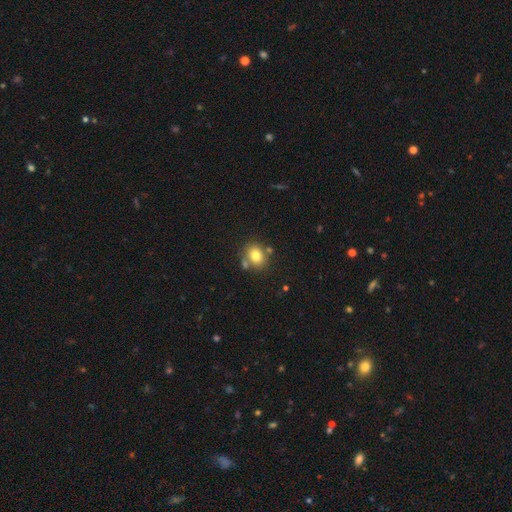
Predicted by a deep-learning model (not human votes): Q: Smooth or featured?
A: smooth (77%); runner-up: featured or disk (12%)
Q: How rounded?
A: round (63%); runner-up: in between (36%)
Q: Merging?
A: none (68%); runner-up: merger (16%)